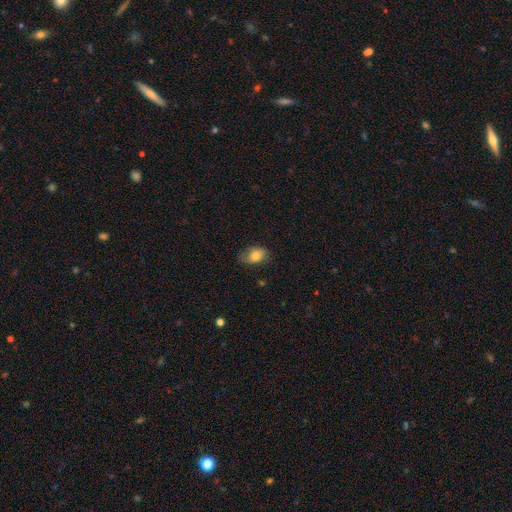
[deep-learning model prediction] smooth 72%, featured or disk 20%, star or artifact 8%. Down the decision tree: how rounded — in between (86%); merging — none (64%).